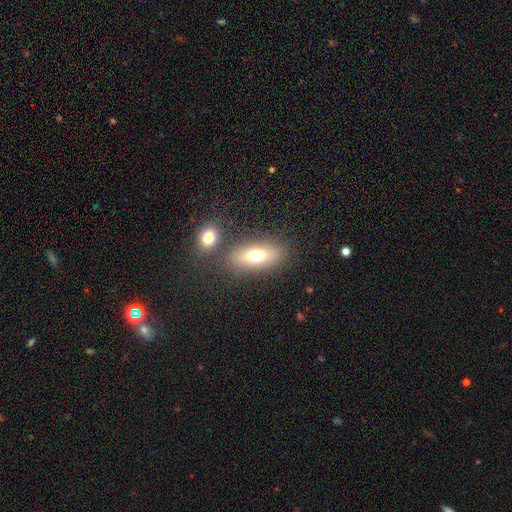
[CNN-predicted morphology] smooth-or-featured: smooth: 69% | featured or disk: 20% | star or artifact: 10%
  how-rounded: in between: 79% | cigar-shaped: 14% | round: 7%
  merging: none: 73% | merger: 12% | minor disturbance: 10% | major disturbance: 4%